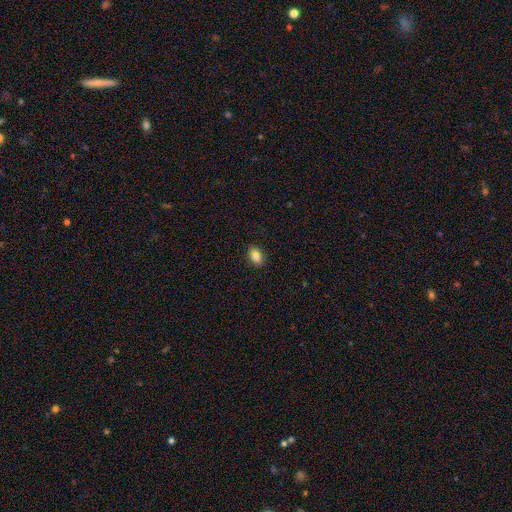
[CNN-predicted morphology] A smooth galaxy with no disk features (78%) that is in between round and cigar-shaped (66%). Merging: none (82%).